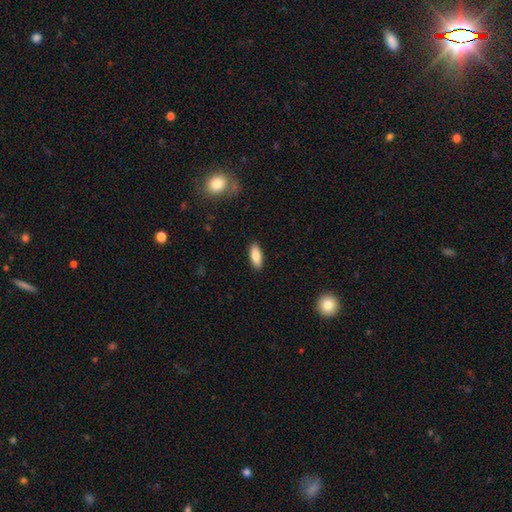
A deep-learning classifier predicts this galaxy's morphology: Smooth or featured? smooth (83%)
How rounded? in between (70%)
Merging? none (89%)